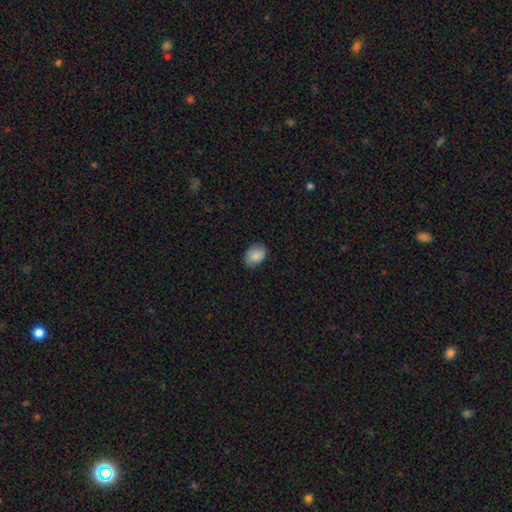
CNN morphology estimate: This is clearly a smooth galaxy (86%). How rounded: likely in between (79%). Merging: clearly none (81%).